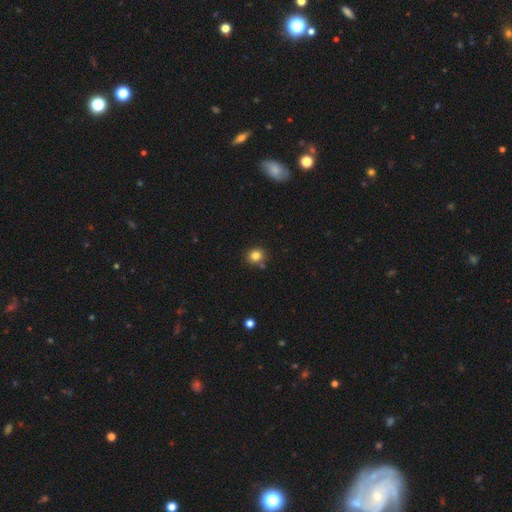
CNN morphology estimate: The model was most divided on "how rounded": round: 84%, in between: 15%, cigar-shaped: 1%. More confident: smooth or featured — smooth (83%); merging — none (80%).